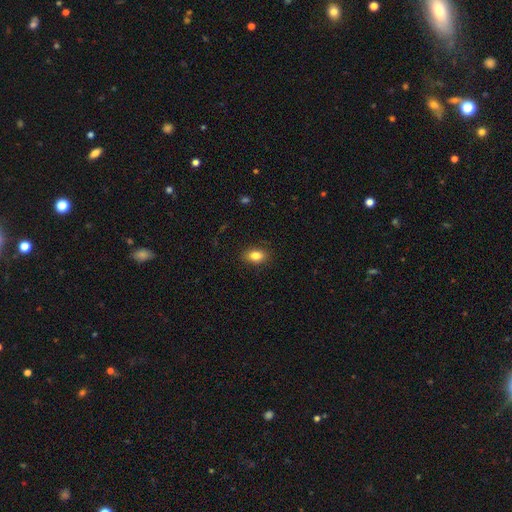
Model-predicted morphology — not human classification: Smooth or featured? smooth (84%)
How rounded? in between (80%)
Merging? none (87%)